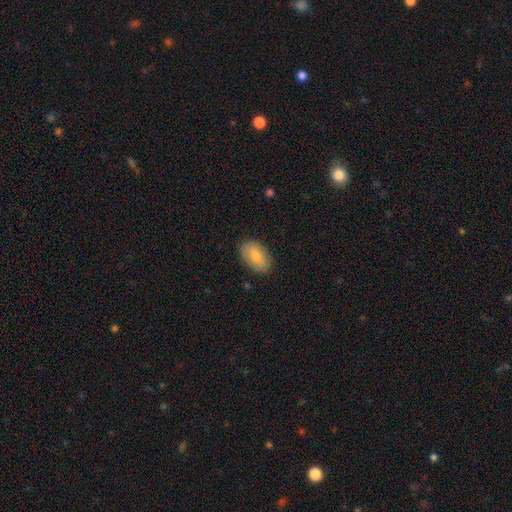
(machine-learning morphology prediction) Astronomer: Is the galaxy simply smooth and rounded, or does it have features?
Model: smooth — 81%.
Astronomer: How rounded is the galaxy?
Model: in between — 93%.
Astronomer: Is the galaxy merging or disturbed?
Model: none — 85%.